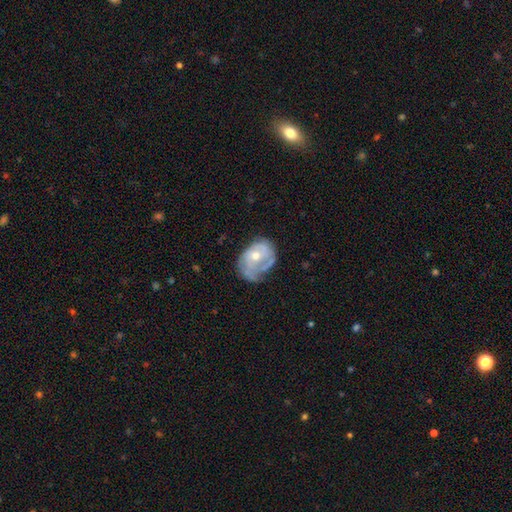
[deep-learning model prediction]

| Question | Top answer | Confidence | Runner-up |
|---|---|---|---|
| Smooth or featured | featured or disk | 69% | smooth (23%) |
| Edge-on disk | no | 97% | yes (3%) |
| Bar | no | 77% | weak (19%) |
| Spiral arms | yes | 72% | no (28%) |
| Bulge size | moderate | 62% | small (33%) |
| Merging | none | 45% | minor disturbance (31%) |